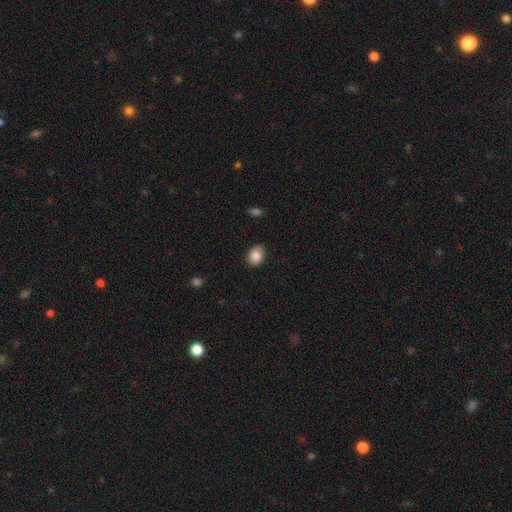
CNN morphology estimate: This is clearly a smooth galaxy (85%). How rounded: likely in between (70%). Merging: clearly none (87%).